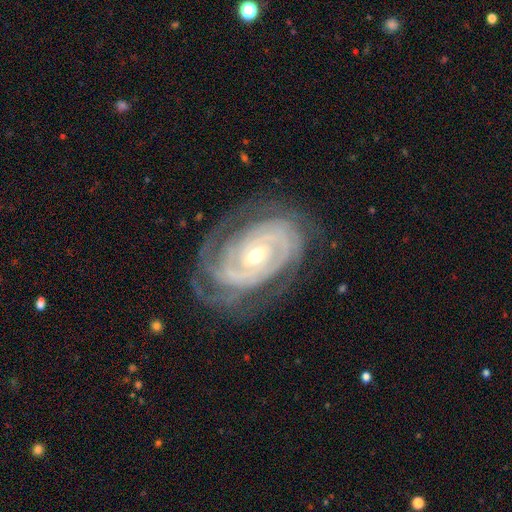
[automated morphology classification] A featured or disk galaxy (91%) with no bar (42%), 2 (27%) tight (78%) spiral arms (98%) and a small central bulge (49%). Merging: none (73%).